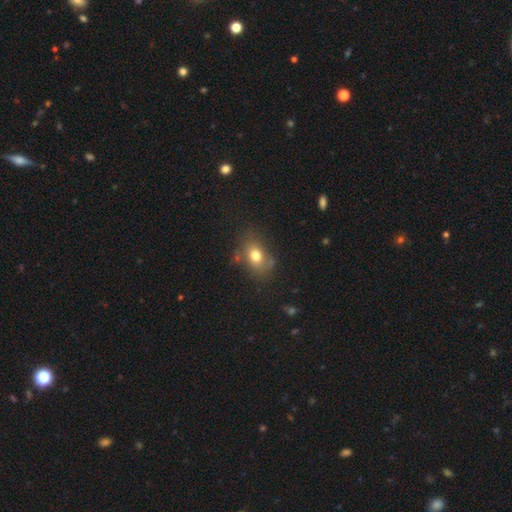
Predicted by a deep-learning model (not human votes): Smooth or featured? Predicted: smooth (p=0.75). How rounded? Predicted: in between (p=0.66). Merging? Predicted: none (p=0.67).